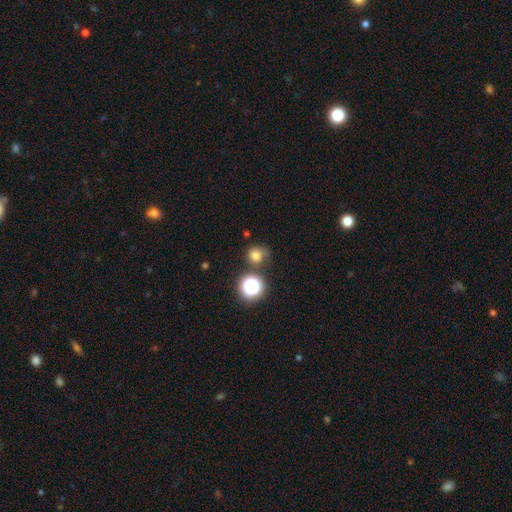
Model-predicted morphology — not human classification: Q: Smooth or featured?
A: smooth (73%); runner-up: star or artifact (19%)
Q: How rounded?
A: round (78%); runner-up: in between (21%)
Q: Merging?
A: none (61%); runner-up: minor disturbance (21%)